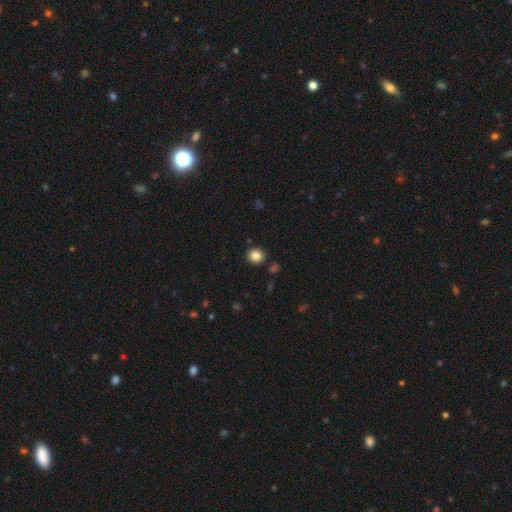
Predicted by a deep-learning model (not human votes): Morphology: type=smooth (85%); roundness=round (83%); merging=none (89%).